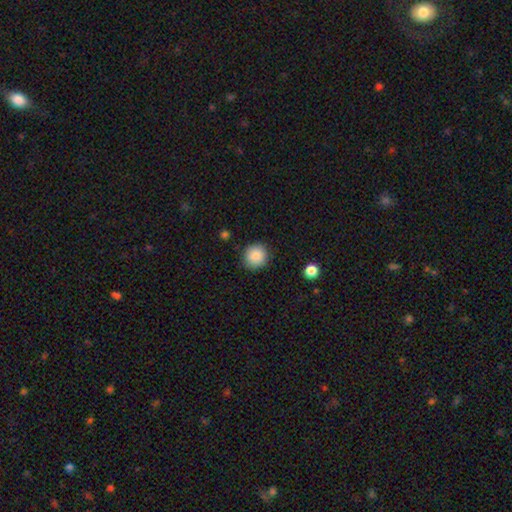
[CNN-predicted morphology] type=smooth (87%); roundness=round (92%); merging=none (89%).